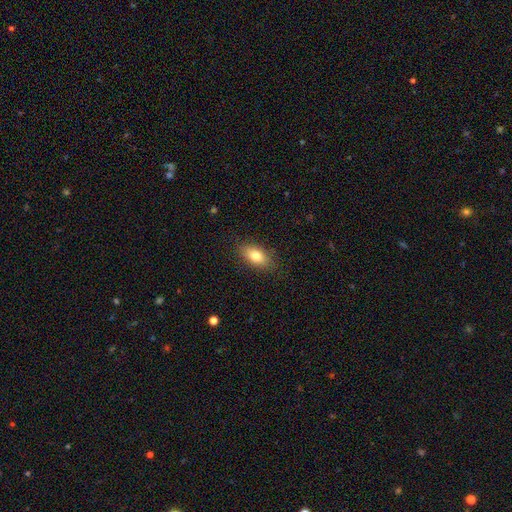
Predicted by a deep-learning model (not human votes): Smooth or featured?
  - smooth: 79% *
  - featured or disk: 13%
  - star or artifact: 8%
How rounded?
  - in between: 87% *
  - cigar-shaped: 7%
  - round: 6%
Merging?
  - none: 86% *
  - minor disturbance: 10%
  - major disturbance: 3%
  - merger: 1%